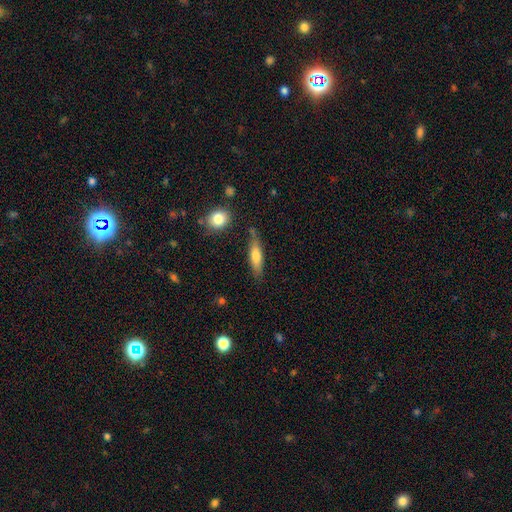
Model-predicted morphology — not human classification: The model was most divided on "smooth or featured": smooth: 66%, featured or disk: 27%, star or artifact: 7%. More confident: merging — none (75%); how rounded — cigar-shaped (69%).